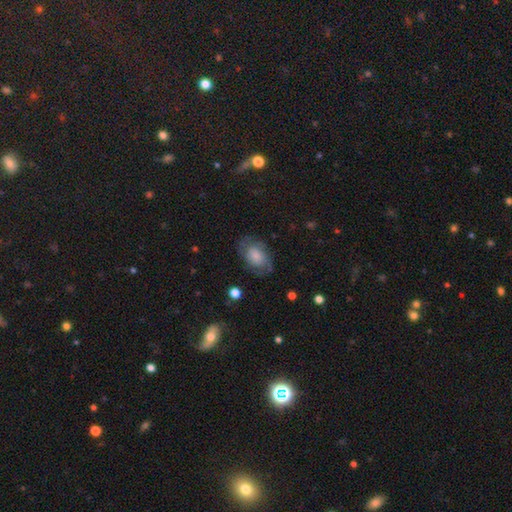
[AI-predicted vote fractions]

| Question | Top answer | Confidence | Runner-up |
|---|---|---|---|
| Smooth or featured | smooth | 46% | tied: featured or disk (46%) |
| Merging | none | 67% | minor disturbance (20%) |